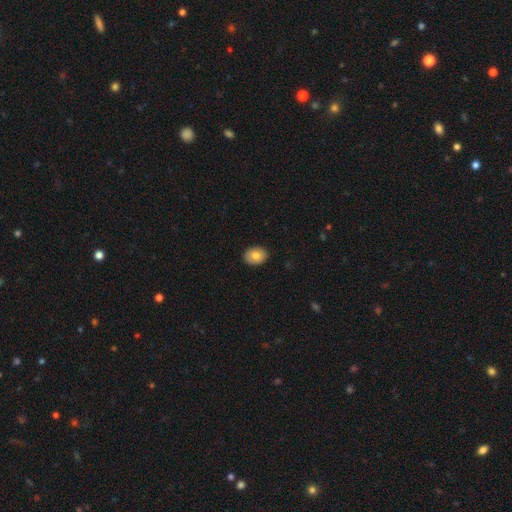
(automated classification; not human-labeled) Smooth or featured? Predicted: smooth (p=0.80). How rounded? Predicted: in between (p=0.60). Merging? Predicted: none (p=0.91).